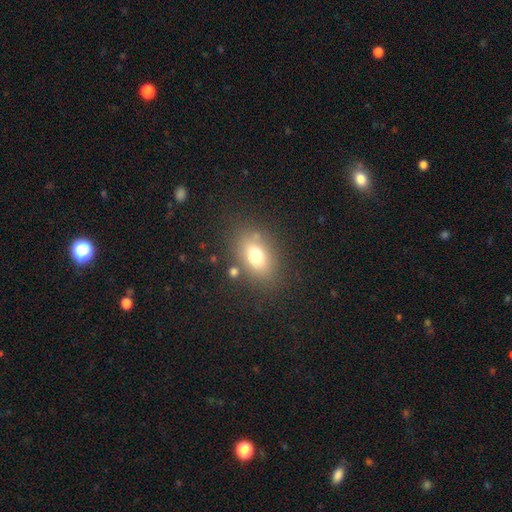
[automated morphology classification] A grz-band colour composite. It shows a smooth galaxy with no disk features (73%) that is in between round and cigar-shaped (80%). Merging: none (77%).